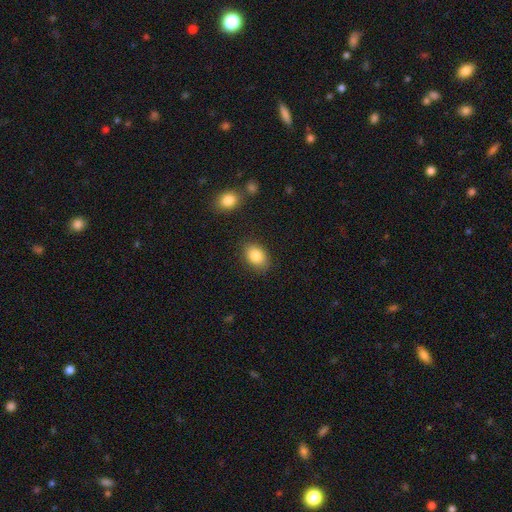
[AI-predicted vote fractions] Smooth or featured? Predicted: smooth (p=0.84). How rounded? Predicted: in between (p=0.81). Merging? Predicted: none (p=0.83).